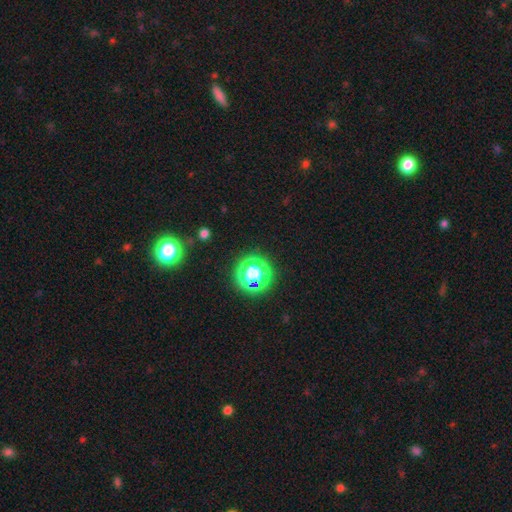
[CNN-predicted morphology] This appears to be a star or artifact, not a galaxy (75%).